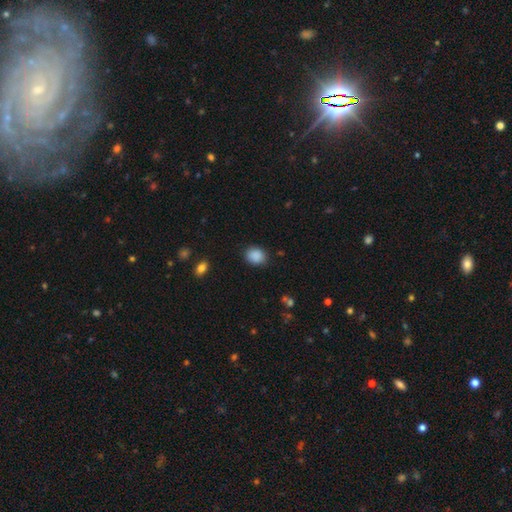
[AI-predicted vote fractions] A smooth galaxy with no disk features (89%) that is round (58%). Merging: none (86%).